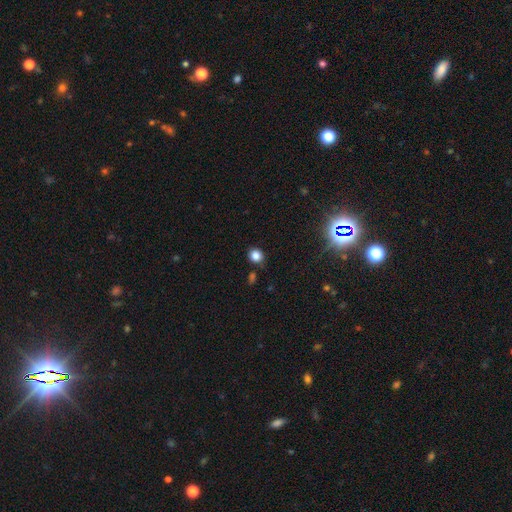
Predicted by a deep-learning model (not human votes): This appears to be a smooth galaxy with no disk features (83%) that is round (78%). Merging: none (82%).